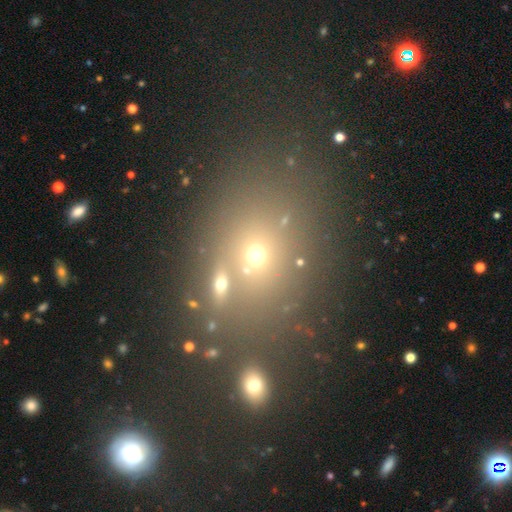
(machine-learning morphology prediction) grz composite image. It shows a smooth galaxy with no disk features (52%) that is round (52%). Merging: none (64%).